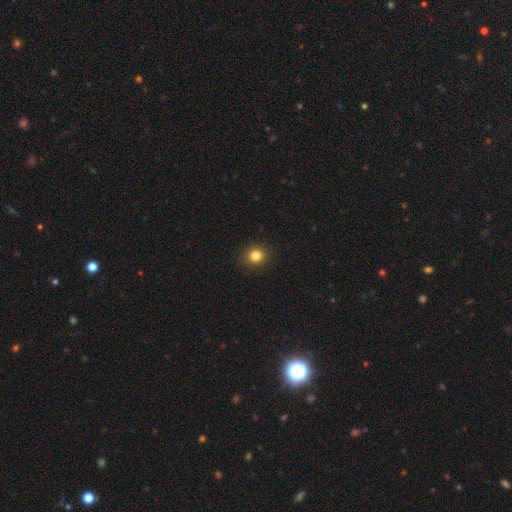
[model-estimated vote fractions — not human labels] Smooth or featured? smooth (83%)
How rounded? round (84%)
Merging? none (91%)